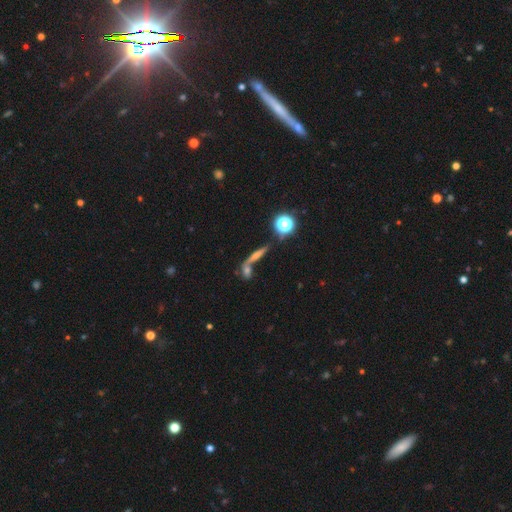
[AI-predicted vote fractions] smooth_or_featured: smooth (p=0.45) [alt: featured or disk p=0.36]
merging: merger (p=0.43) [alt: none p=0.41]